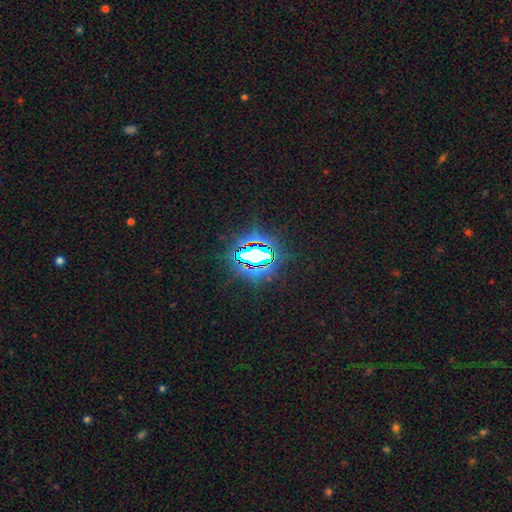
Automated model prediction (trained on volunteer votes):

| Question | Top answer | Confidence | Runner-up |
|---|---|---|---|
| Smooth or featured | star or artifact | 75% | smooth (14%) |